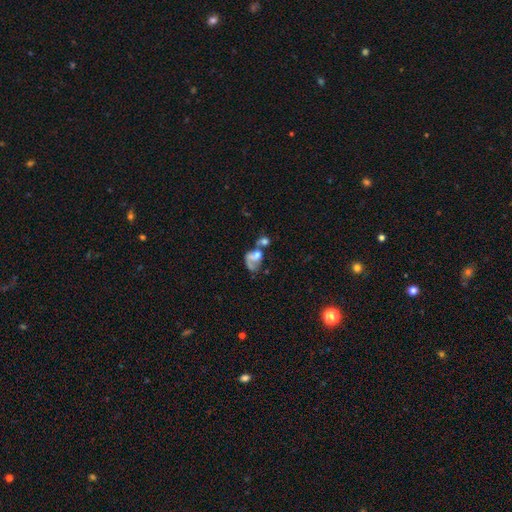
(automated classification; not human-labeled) Q: Smooth or featured?
A: smooth (46%); runner-up: featured or disk (41%)
Q: Merging?
A: merger (51%); runner-up: major disturbance (23%)